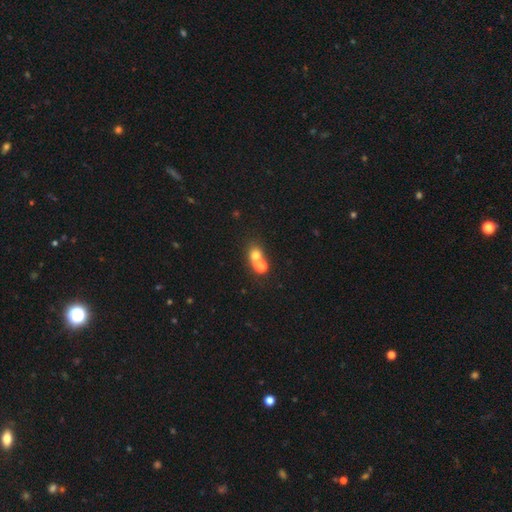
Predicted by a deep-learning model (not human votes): A smooth galaxy with no disk features (64%) that is round (67%). Merging: merger (58%).